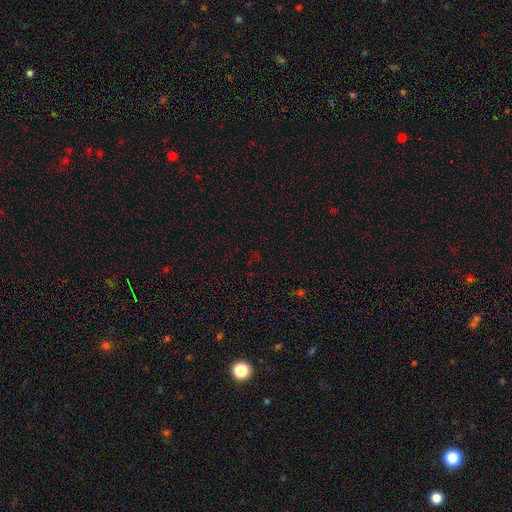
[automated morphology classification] type=star or artifact (69%).